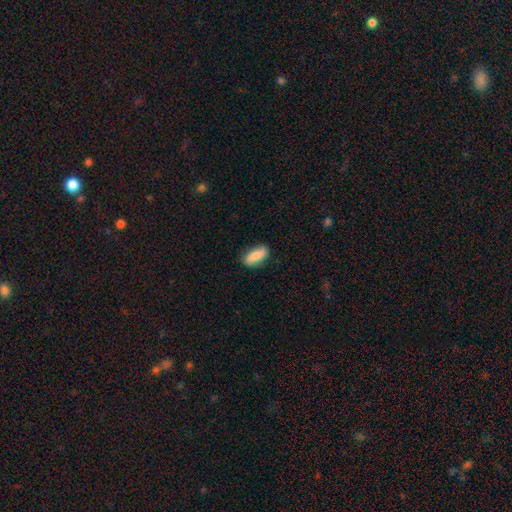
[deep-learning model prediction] The model was most divided on "smooth or featured": smooth: 78%, featured or disk: 16%, star or artifact: 6%. More confident: merging — none (82%); how rounded — in between (80%).